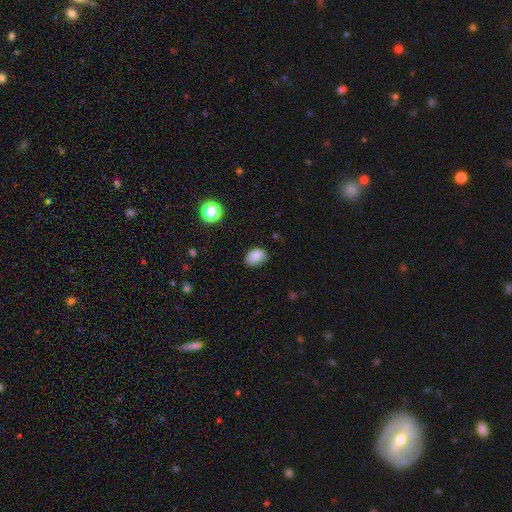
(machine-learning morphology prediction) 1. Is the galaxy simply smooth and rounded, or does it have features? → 84% smooth, 10% star or artifact, 6% featured or disk.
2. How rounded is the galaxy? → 75% in between, 24% round, 1% cigar-shaped.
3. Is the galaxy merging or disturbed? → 72% none, 23% minor disturbance, 4% major disturbance, 1% merger.